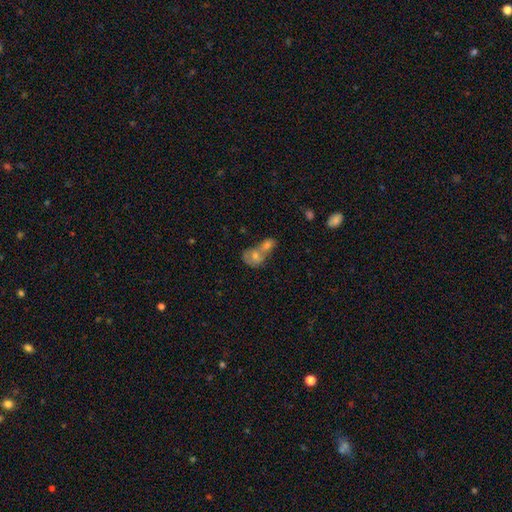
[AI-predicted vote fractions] This appears to be a smooth galaxy with no disk features (49%). Merging: merger (65%).